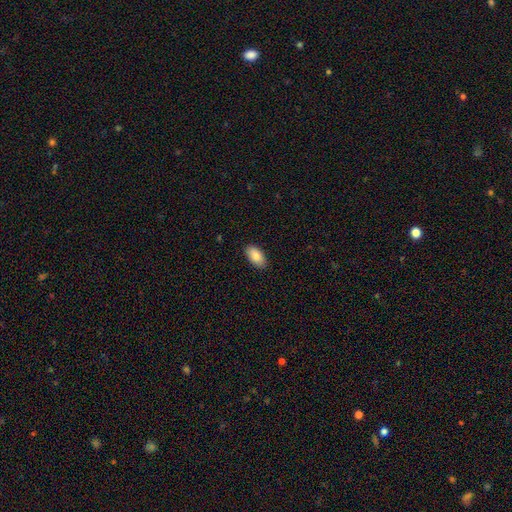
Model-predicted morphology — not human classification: smooth_or_featured: smooth (p=0.86) [alt: featured or disk p=0.07]
how_rounded: in between (p=0.95) [alt: round p=0.03]
merging: none (p=0.88) [alt: minor disturbance p=0.09]